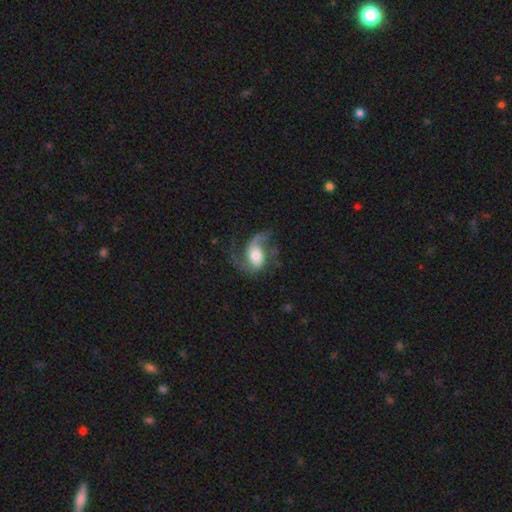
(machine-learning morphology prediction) smooth_or_featured: featured or disk (p=0.76) [alt: smooth p=0.18]
disk_edge_on: no (p=0.97) [alt: yes p=0.03]
bar: no (p=0.58) [alt: weak p=0.31]
has_spiral_arms: yes (p=0.93) [alt: no p=0.07]
spiral_winding: loose (p=0.55) [alt: medium p=0.36]
spiral_arm_count: 2 (p=0.74) [alt: 1 p=0.16]
bulge_size: moderate (p=0.56) [alt: large p=0.23]
merging: none (p=0.50) [alt: major disturbance p=0.27]